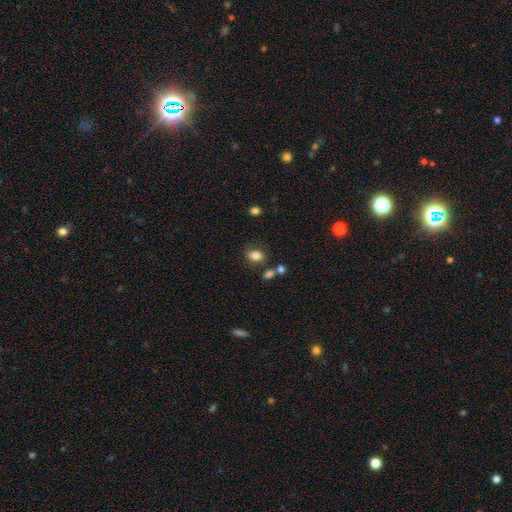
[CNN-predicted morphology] A smooth galaxy with no disk features (82%) that is in between round and cigar-shaped (72%).

Vote fractions:
- Smooth or featured? smooth: 82% / star or artifact: 10% / featured or disk: 8%
- How rounded? in between: 72% / round: 27% / cigar-shaped: 2%
- Merging? none: 72% / minor disturbance: 15% / merger: 9% / major disturbance: 4%